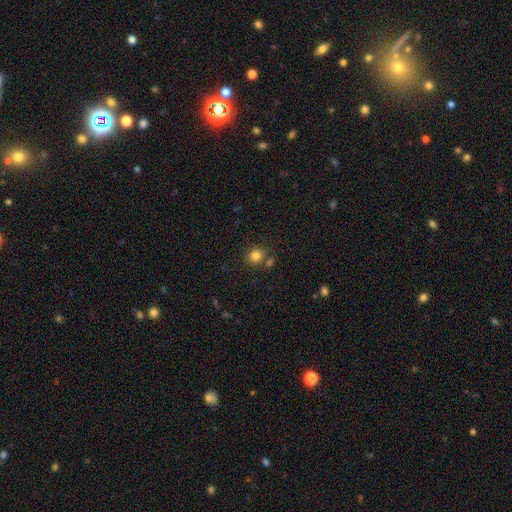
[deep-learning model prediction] A smooth galaxy with no disk features (82%) that is round (86%). Merging: none (74%).